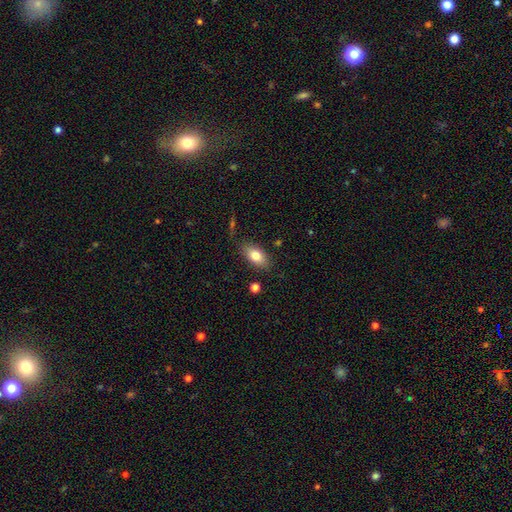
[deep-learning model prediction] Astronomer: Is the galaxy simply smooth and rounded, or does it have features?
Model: smooth — 81%.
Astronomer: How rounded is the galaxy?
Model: in between — 89%.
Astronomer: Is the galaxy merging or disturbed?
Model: none — 81%.